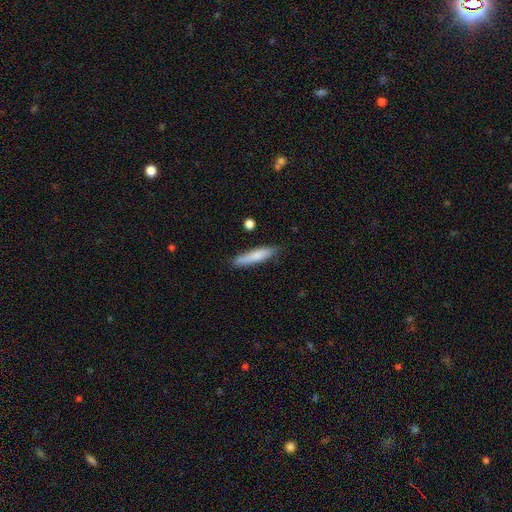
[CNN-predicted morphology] Smooth or featured?
  - smooth: 76% *
  - featured or disk: 18%
  - star or artifact: 6%
How rounded?
  - cigar-shaped: 86% *
  - in between: 12%
  - round: 1%
Merging?
  - none: 79% *
  - minor disturbance: 16%
  - major disturbance: 3%
  - merger: 3%